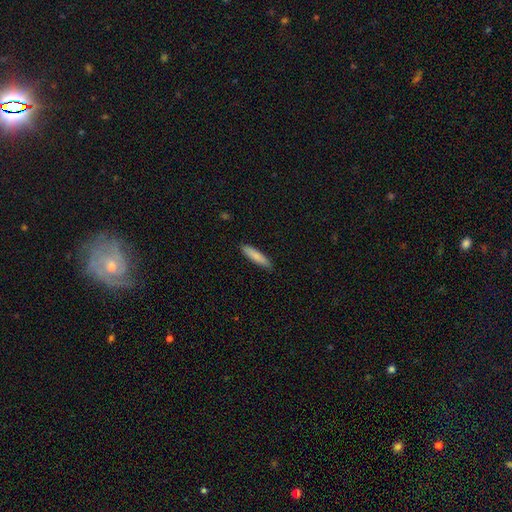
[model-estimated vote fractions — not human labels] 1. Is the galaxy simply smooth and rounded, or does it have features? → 84% smooth, 11% featured or disk, 6% star or artifact.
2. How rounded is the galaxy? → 82% cigar-shaped, 17% in between, 1% round.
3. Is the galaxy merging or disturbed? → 88% none, 9% minor disturbance, 2% major disturbance, 1% merger.